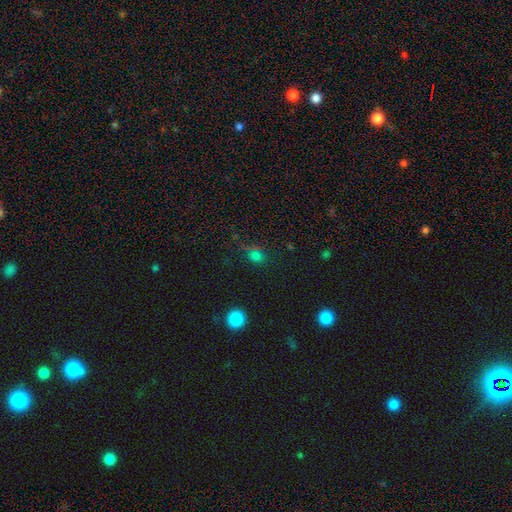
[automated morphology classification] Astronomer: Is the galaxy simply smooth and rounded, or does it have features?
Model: smooth — 68%.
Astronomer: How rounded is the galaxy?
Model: round — 62%.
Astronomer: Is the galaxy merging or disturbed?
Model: none — 71%.